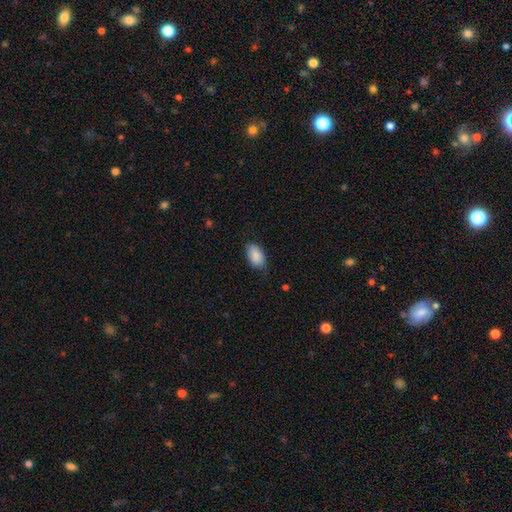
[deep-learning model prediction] Q: Smooth or featured?
A: smooth (88%); runner-up: star or artifact (6%)
Q: How rounded?
A: in between (93%); runner-up: round (5%)
Q: Merging?
A: none (72%); runner-up: minor disturbance (22%)